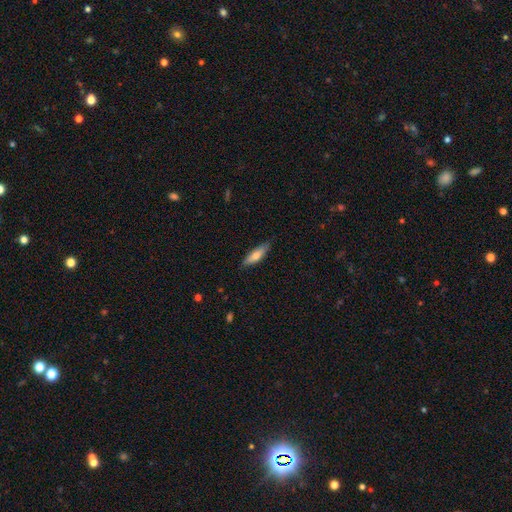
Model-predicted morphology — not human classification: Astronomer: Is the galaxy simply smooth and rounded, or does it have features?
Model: smooth — 67%.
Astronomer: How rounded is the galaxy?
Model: cigar-shaped — 59% (runner-up: in between, 39%).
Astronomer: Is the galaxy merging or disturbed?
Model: none — 83%.